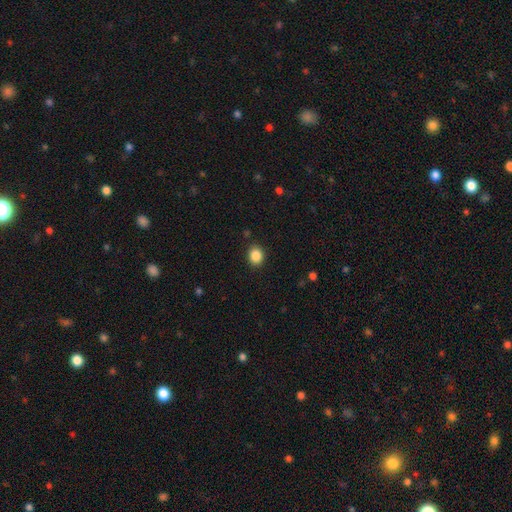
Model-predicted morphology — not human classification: The model was most divided on "how rounded": round: 59%, in between: 40%, cigar-shaped: 1%. More confident: merging — none (88%); smooth or featured — smooth (87%).